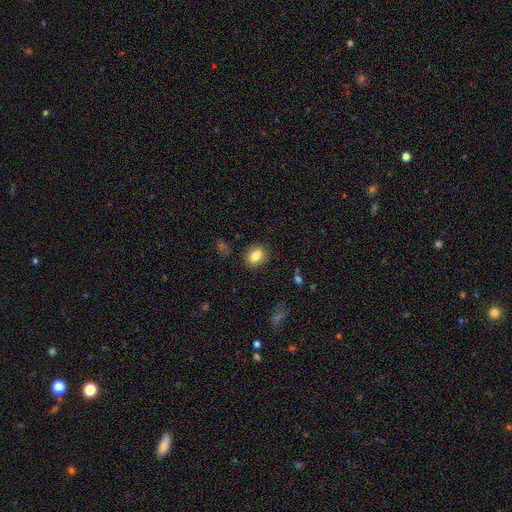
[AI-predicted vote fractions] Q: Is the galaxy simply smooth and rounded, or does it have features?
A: smooth — 82%.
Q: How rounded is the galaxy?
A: in between — 56%.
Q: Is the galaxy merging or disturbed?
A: none — 86%.